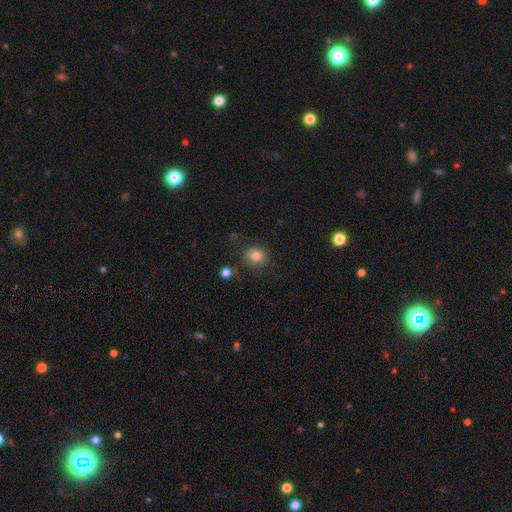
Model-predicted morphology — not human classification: Smooth or featured: smooth — 83% (star or artifact — 11%)
How rounded: round — 77% (in between — 22%)
Merging: none — 76% (minor disturbance — 15%)